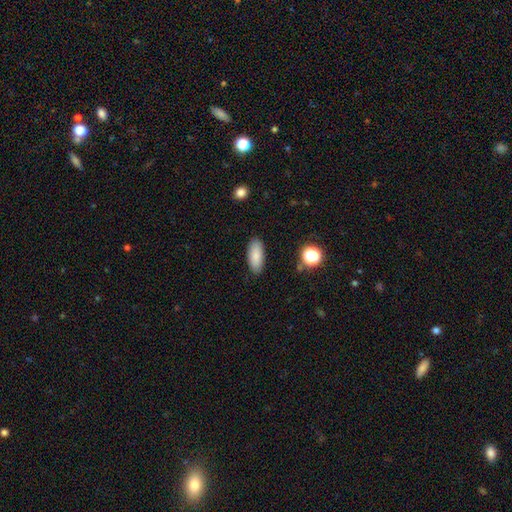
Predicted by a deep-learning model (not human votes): A smooth galaxy with no disk features (86%) that is in between round and cigar-shaped (85%). Merging: none (87%).